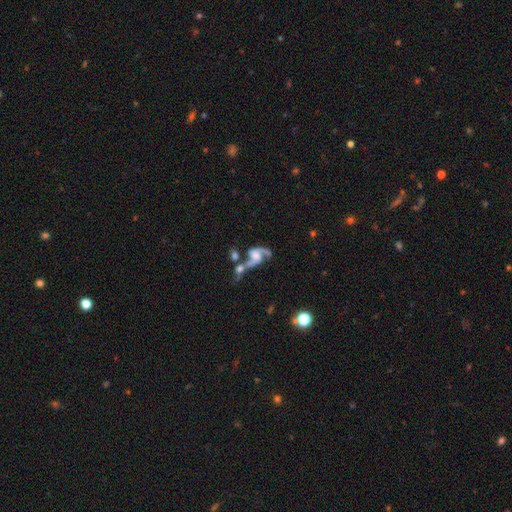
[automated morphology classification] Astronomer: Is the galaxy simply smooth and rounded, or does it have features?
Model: featured or disk — 80%.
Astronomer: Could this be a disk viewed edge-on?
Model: no — 96%.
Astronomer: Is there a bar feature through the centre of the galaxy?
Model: no — 53% (runner-up: weak, 35%).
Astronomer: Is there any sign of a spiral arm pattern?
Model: yes — 93%.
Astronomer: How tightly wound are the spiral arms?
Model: loose — 62%.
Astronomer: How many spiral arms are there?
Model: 2 — 85%.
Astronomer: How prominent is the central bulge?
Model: moderate — 32% (runner-up: none, 27%).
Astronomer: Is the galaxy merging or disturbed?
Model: merger — 49%.